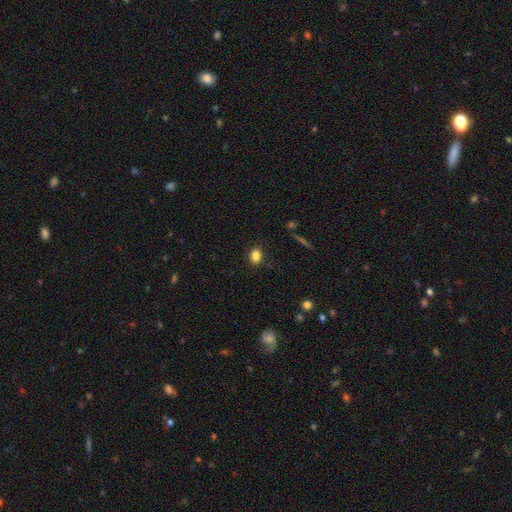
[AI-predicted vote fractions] Smooth or featured? smooth (84%)
How rounded? in between (72%)
Merging? none (86%)